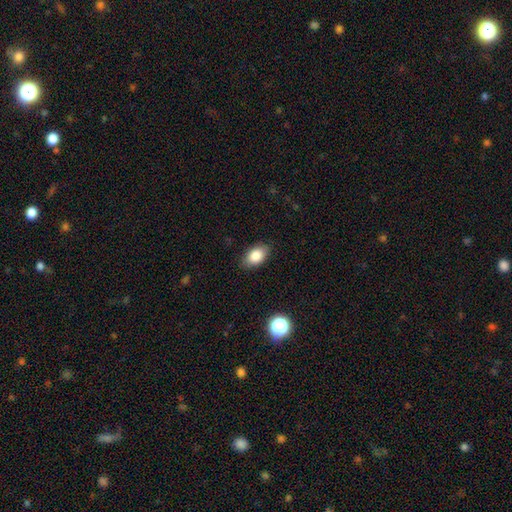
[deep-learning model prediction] Q: Smooth or featured?
A: smooth (85%); runner-up: star or artifact (8%)
Q: How rounded?
A: in between (90%); runner-up: round (8%)
Q: Merging?
A: none (86%); runner-up: minor disturbance (11%)